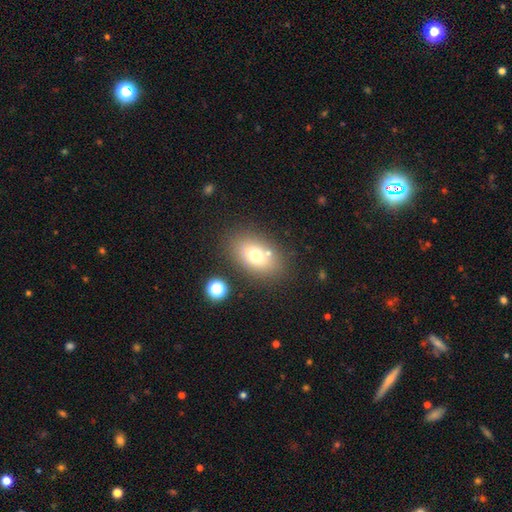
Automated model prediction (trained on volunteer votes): The model was most divided on "smooth or featured": smooth: 70%, featured or disk: 17%, star or artifact: 12%. More confident: how rounded — in between (81%); merging — none (75%).